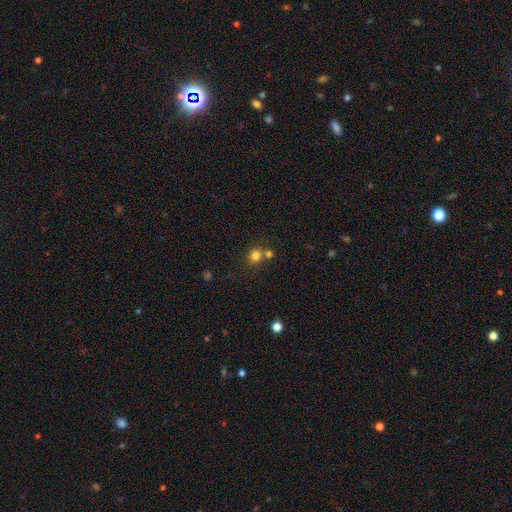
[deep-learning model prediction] This appears to be a smooth galaxy with no disk features (80%) that is round (88%). Merging: none (66%).